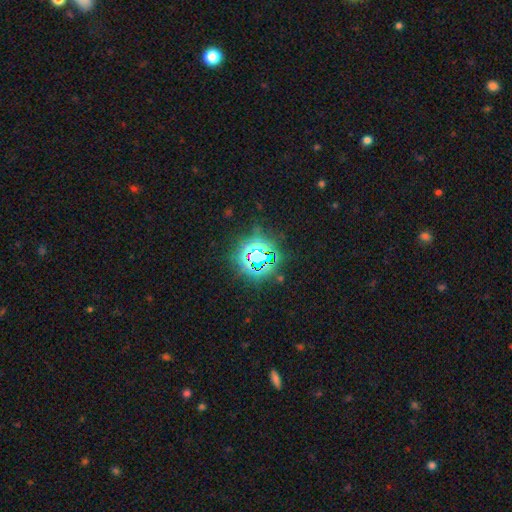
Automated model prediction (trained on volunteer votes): Smooth or featured? Predicted: star or artifact (p=0.77).